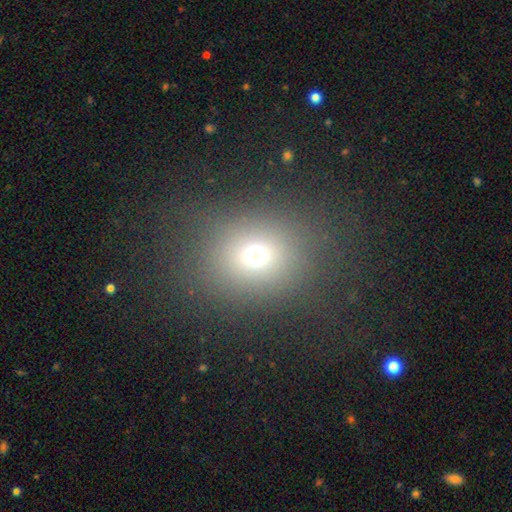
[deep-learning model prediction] A smooth galaxy with no disk features (68%) that is round (62%). Merging: none (82%).